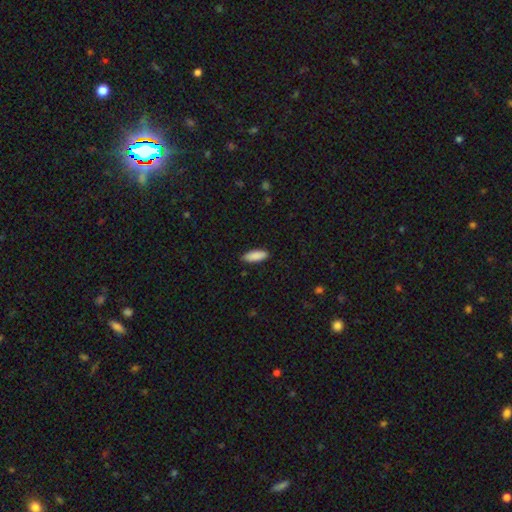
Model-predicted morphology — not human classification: type=smooth (90%); roundness=in between (69%); merging=none (88%).